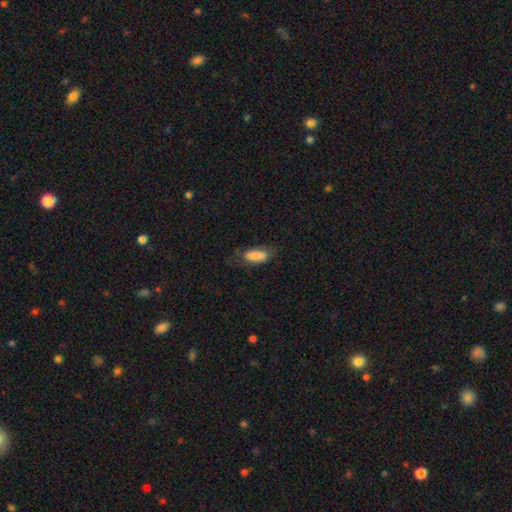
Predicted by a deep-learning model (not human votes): smooth_or_featured: smooth (p=0.80) [alt: featured or disk p=0.13]
how_rounded: in between (p=0.81) [alt: cigar-shaped p=0.16]
merging: none (p=0.61) [alt: minor disturbance p=0.26]